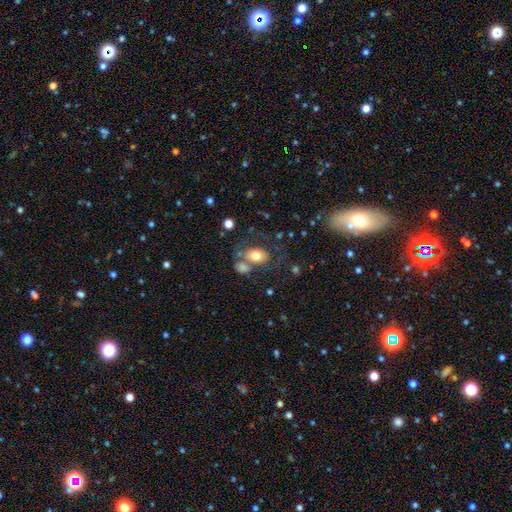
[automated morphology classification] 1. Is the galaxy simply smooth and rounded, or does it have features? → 72% smooth, 19% featured or disk, 9% star or artifact.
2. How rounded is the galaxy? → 79% in between, 19% round, 2% cigar-shaped.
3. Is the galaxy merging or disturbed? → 45% none, 29% merger, 15% minor disturbance, 11% major disturbance.